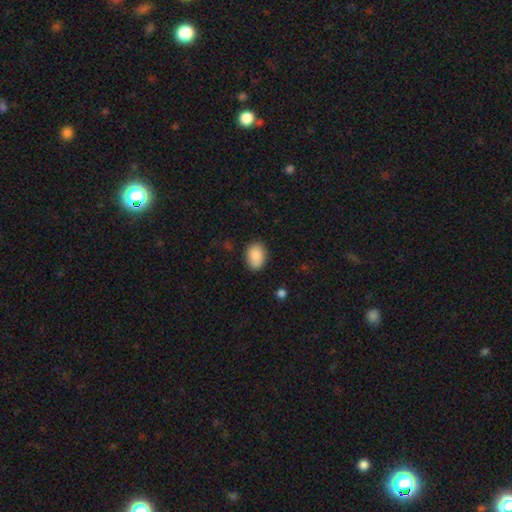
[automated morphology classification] smooth_or_featured: smooth (p=0.89) [alt: star or artifact p=0.07]
how_rounded: in between (p=0.79) [alt: round p=0.20]
merging: none (p=0.81) [alt: minor disturbance p=0.14]